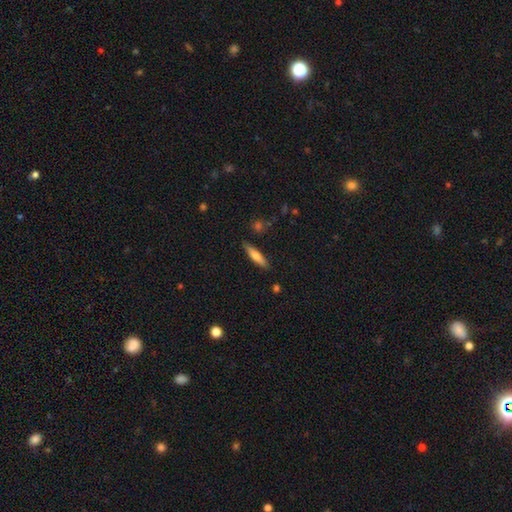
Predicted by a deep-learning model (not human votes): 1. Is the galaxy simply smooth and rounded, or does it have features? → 69% smooth, 25% featured or disk, 6% star or artifact.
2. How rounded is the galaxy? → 80% cigar-shaped, 18% in between, 2% round.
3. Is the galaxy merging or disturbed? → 86% none, 10% minor disturbance, 2% major disturbance, 2% merger.